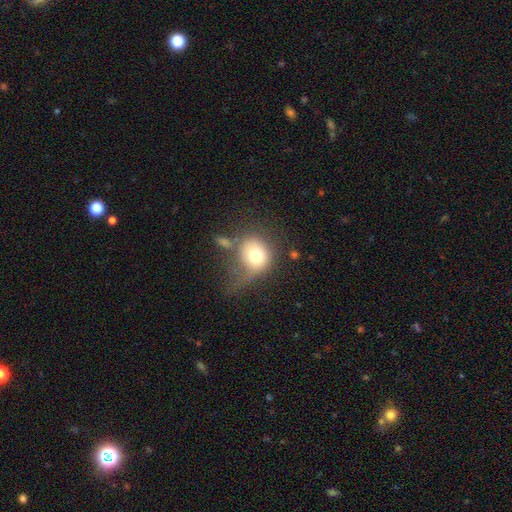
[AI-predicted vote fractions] smooth 71%, featured or disk 20%, star or artifact 9%. Down the decision tree: how rounded — round (70%); merging — major disturbance (36%).